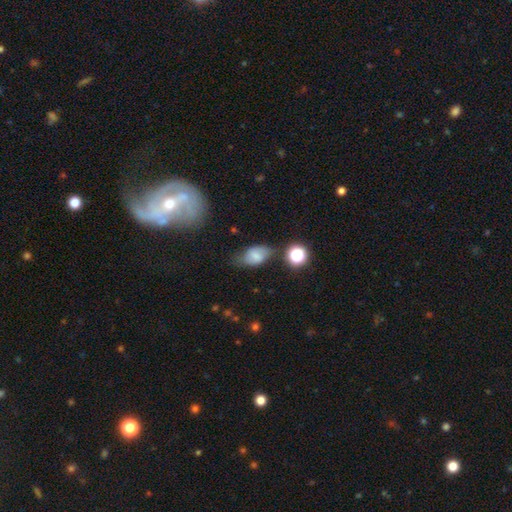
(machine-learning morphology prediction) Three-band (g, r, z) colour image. It shows a smooth galaxy with no disk features (65%) that is in between round and cigar-shaped (84%). Merging: none (57%).